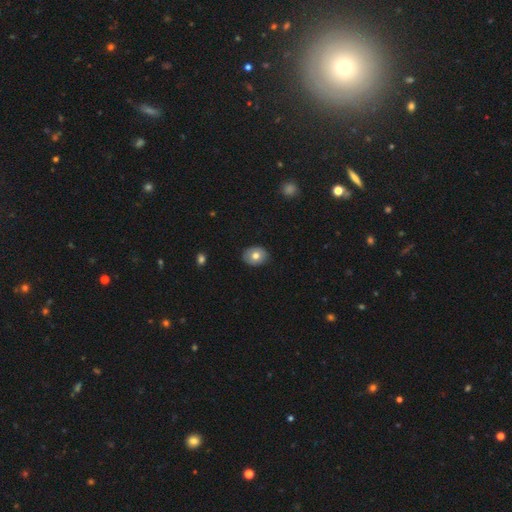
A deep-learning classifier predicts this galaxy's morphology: smooth 74%, featured or disk 18%, star or artifact 8%. Down the decision tree: how rounded — in between (57%); merging — none (88%).